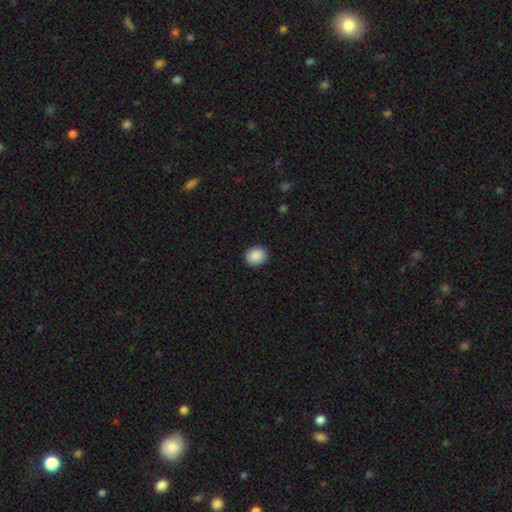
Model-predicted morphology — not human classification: Smooth or featured?
  - smooth: 90% *
  - star or artifact: 8%
  - featured or disk: 3%
How rounded?
  - round: 56% *
  - in between: 43%
  - cigar-shaped: 1%
Merging?
  - none: 90% *
  - minor disturbance: 7%
  - major disturbance: 2%
  - merger: 1%